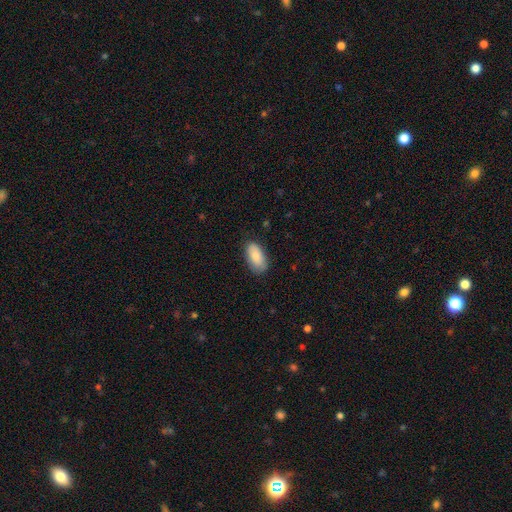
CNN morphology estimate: Smooth or featured?
  - smooth: 85% *
  - featured or disk: 9%
  - star or artifact: 6%
How rounded?
  - in between: 94% *
  - cigar-shaped: 4%
  - round: 3%
Merging?
  - none: 80% *
  - minor disturbance: 16%
  - major disturbance: 3%
  - merger: 1%